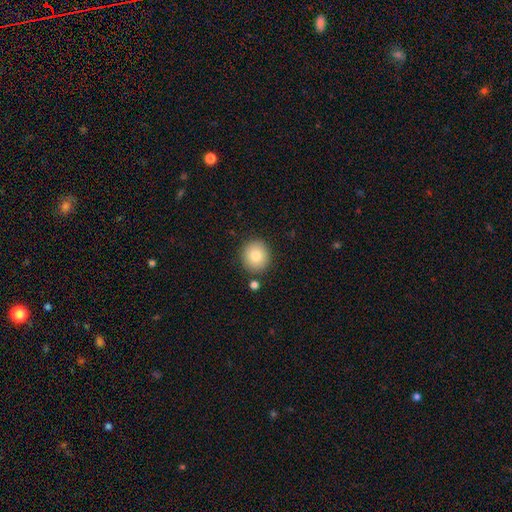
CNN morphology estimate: smooth 82%, star or artifact 9%, featured or disk 9%. Down the decision tree: how rounded — round (88%); merging — none (86%).